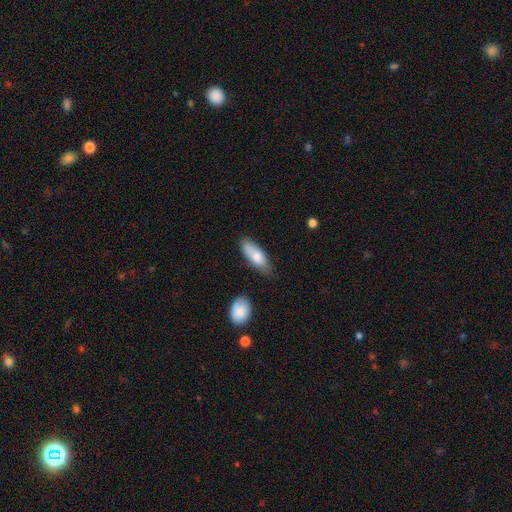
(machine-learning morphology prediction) Q: Smooth or featured?
A: smooth (78%); runner-up: featured or disk (16%)
Q: How rounded?
A: in between (71%); runner-up: cigar-shaped (27%)
Q: Merging?
A: none (66%); runner-up: minor disturbance (25%)